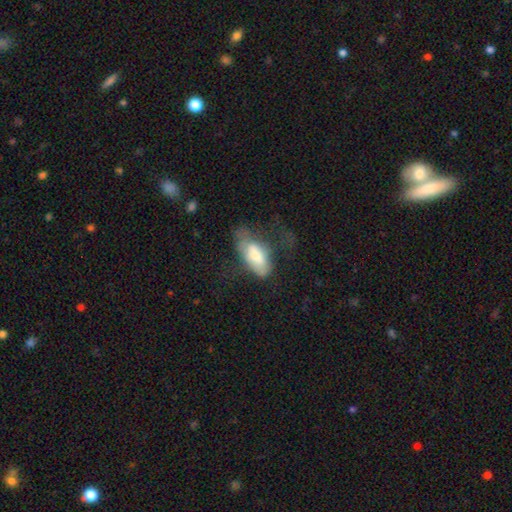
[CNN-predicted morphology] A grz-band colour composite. It shows a smooth galaxy with no disk features (65%) that is in between round and cigar-shaped (86%). Merging: major disturbance (41%).